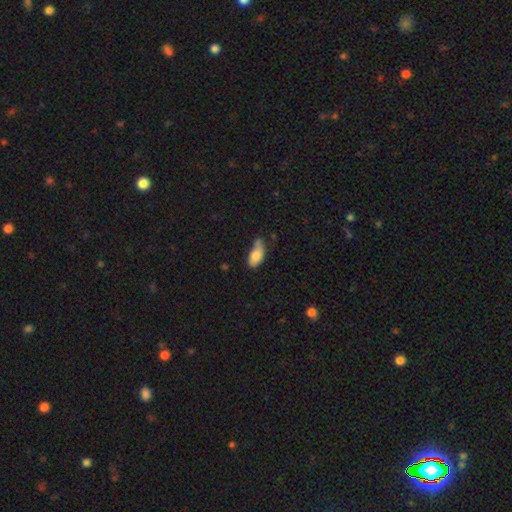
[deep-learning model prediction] smooth-or-featured: smooth: 78% | featured or disk: 15% | star or artifact: 7%
  how-rounded: in between: 90% | cigar-shaped: 6% | round: 4%
  merging: none: 39% | minor disturbance: 38% | major disturbance: 13% | merger: 10%